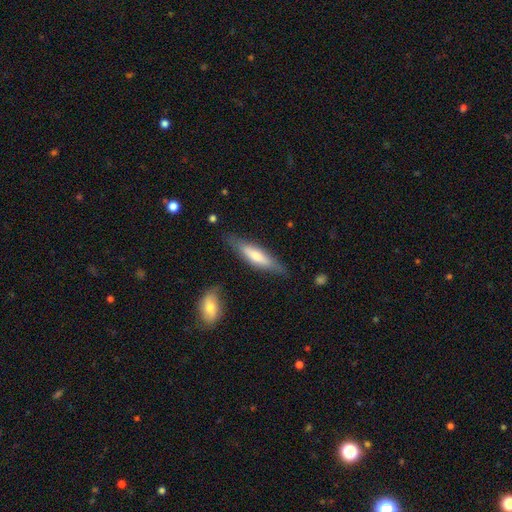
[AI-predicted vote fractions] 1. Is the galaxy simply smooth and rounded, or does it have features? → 55% smooth, 39% featured or disk, 6% star or artifact.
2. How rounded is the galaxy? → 73% cigar-shaped, 25% in between, 2% round.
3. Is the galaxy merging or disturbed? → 79% none, 15% minor disturbance, 3% major disturbance, 3% merger.